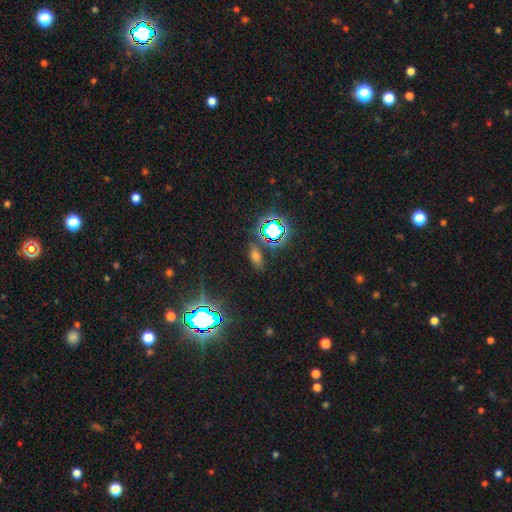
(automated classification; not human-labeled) Q: Smooth or featured?
A: smooth (51%); runner-up: star or artifact (38%)
Q: How rounded?
A: in between (76%); runner-up: cigar-shaped (12%)
Q: Merging?
A: none (81%); runner-up: minor disturbance (11%)